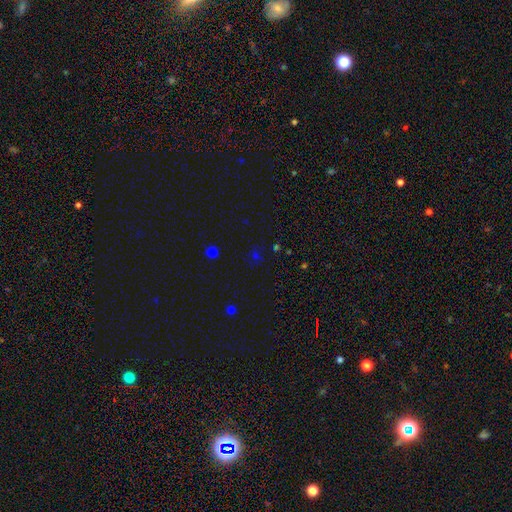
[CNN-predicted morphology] star or artifact 51%, smooth 41%, featured or disk 7%.